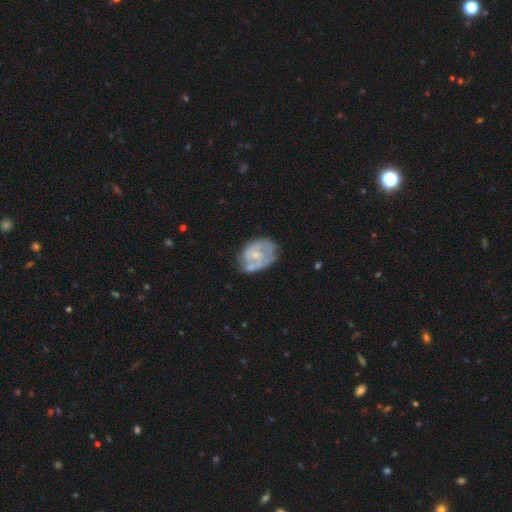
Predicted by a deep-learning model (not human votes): This appears to be a featured or disk galaxy (73%) with no bar (66%), 2 (43%) tight (49%) spiral arms (76%) and a small central bulge (61%). Merging: none (54%).